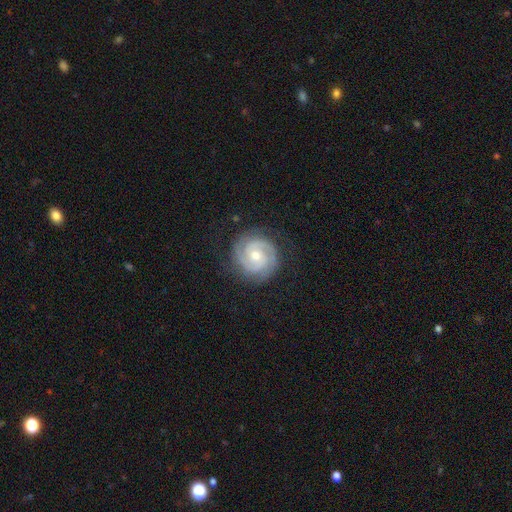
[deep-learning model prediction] Morphology: type=featured or disk (90%); edge-on=no (98%); bar=no (62%); spiral arms=yes (98%); winding=tight (75%); arm count=2 (74%); bulge=moderate (51%); merging=none (85%).